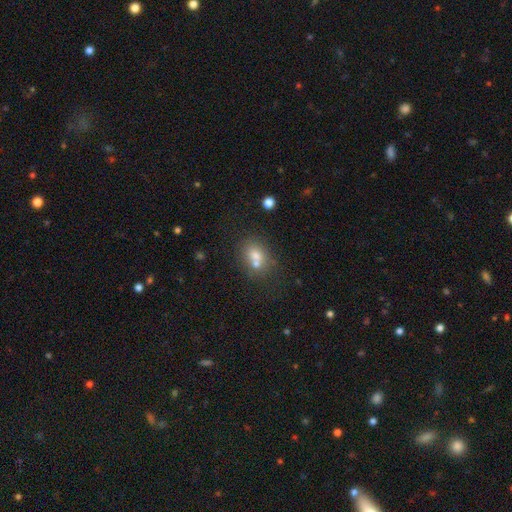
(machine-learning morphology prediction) smooth-or-featured: smooth: 68% | featured or disk: 18% | star or artifact: 15%
  how-rounded: round: 56% | in between: 43% | cigar-shaped: 1%
  merging: none: 47% | merger: 39% | minor disturbance: 10% | major disturbance: 4%